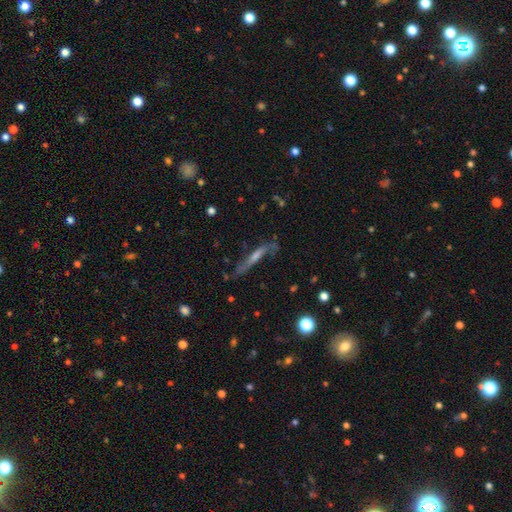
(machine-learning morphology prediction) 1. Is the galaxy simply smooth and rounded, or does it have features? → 62% featured or disk, 27% smooth, 11% star or artifact.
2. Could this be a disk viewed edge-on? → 70% yes, 30% no.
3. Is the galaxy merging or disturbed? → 63% none, 23% minor disturbance, 10% major disturbance, 4% merger.